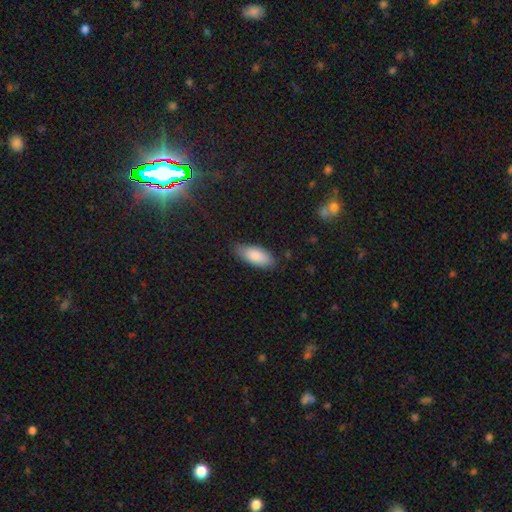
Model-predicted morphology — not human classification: This is clearly a smooth galaxy (87%). How rounded: clearly in between (85%). Merging: clearly none (81%).